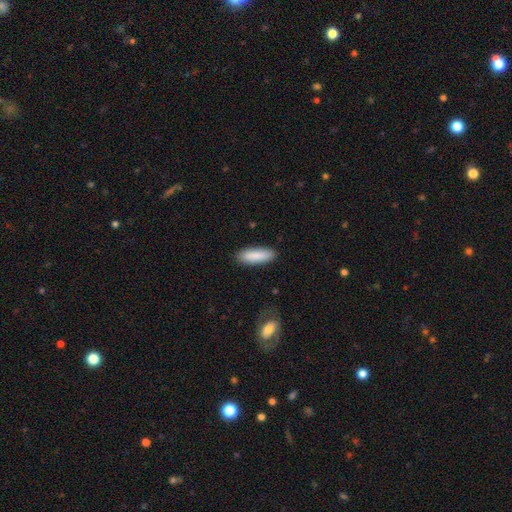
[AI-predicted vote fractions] This is clearly a smooth galaxy (87%). How rounded: possibly in between (53%). Merging: clearly none (86%).